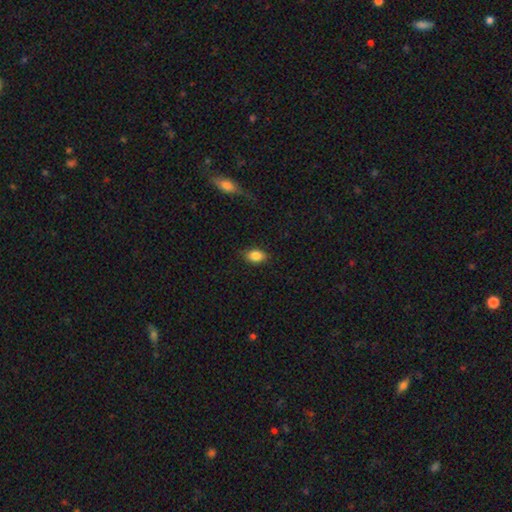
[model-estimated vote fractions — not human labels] A smooth galaxy with no disk features (85%) that is in between round and cigar-shaped (84%).

Vote fractions:
- Smooth or featured? smooth: 85% / star or artifact: 8% / featured or disk: 6%
- How rounded? in between: 84% / round: 14% / cigar-shaped: 2%
- Merging? none: 85% / minor disturbance: 11% / major disturbance: 3% / merger: 1%